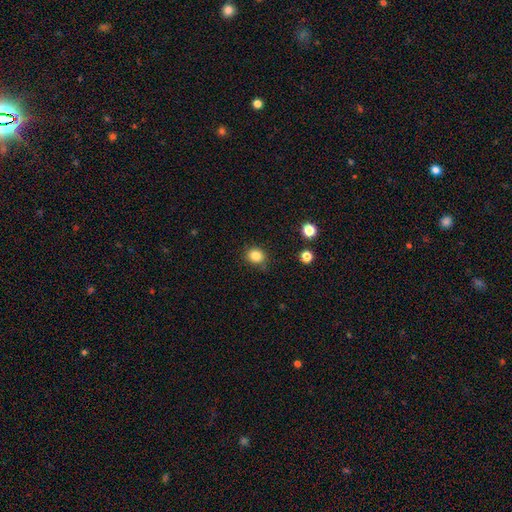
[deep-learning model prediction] A smooth galaxy with no disk features (83%) that is round (74%). Merging: none (82%).